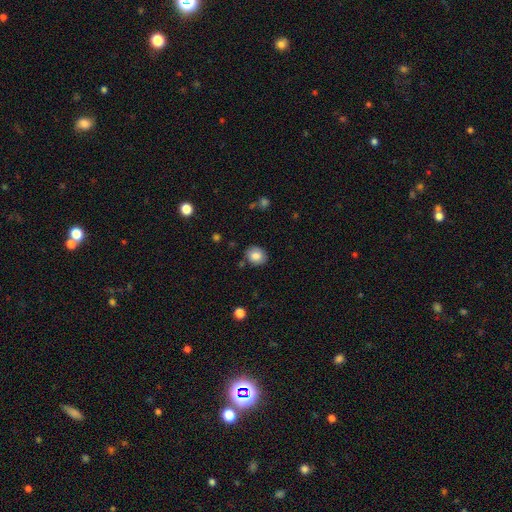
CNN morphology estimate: Overall: smooth (83%). How rounded: round (66%; in between 33%). Merging: none (84%).